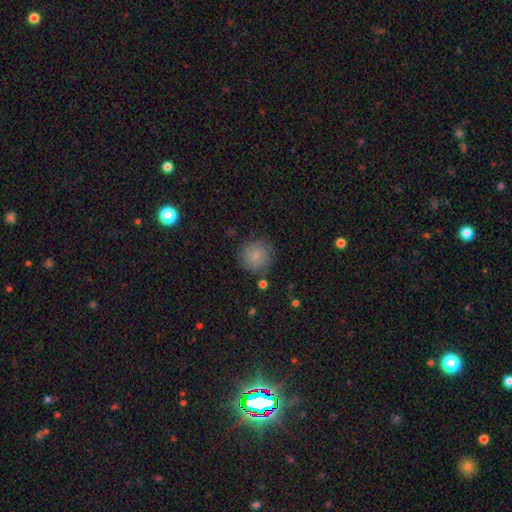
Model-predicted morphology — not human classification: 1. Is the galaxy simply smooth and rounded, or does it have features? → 82% smooth, 10% star or artifact, 8% featured or disk.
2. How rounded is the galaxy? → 92% round, 7% in between, 1% cigar-shaped.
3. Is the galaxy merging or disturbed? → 80% none, 13% minor disturbance, 4% major disturbance, 3% merger.